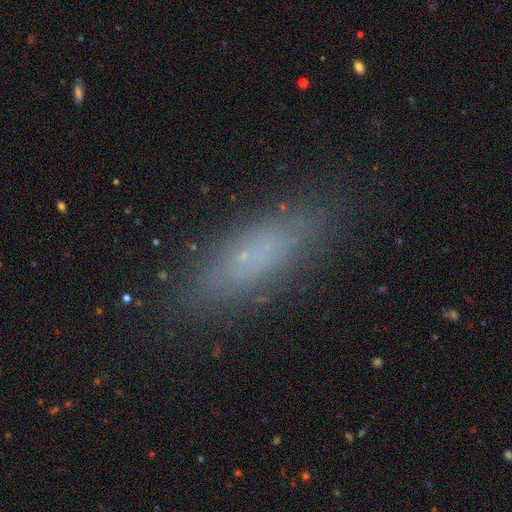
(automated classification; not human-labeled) Overall: smooth (66%). How rounded: cigar-shaped (52%; in between 46%). Merging: none (84%).